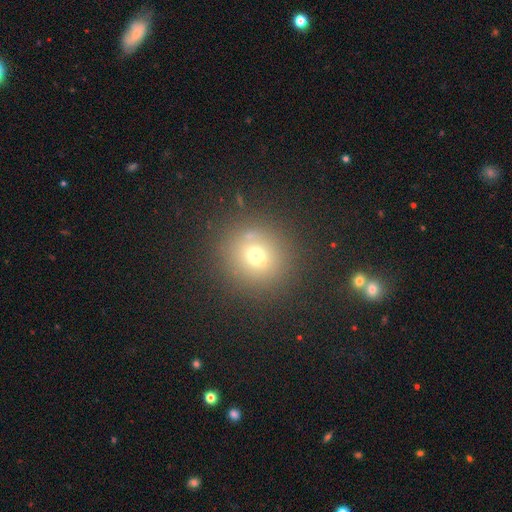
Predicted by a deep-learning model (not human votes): Morphology: type=smooth (67%); roundness=round (90%); merging=none (83%).